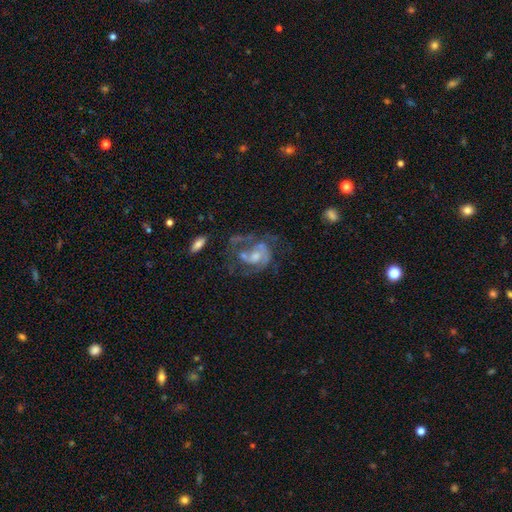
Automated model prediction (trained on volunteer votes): This is likely a featured or disk galaxy (77%). It is clearly not viewed edge-on (98%). Bar: likely no (65%). Spiral arm pattern: likely yes (75%). Spiral arm count: possibly 2 (47%). Spiral winding: marginally medium (44%). Central bulge: possibly moderate (47%). Merging: marginally none (34%).